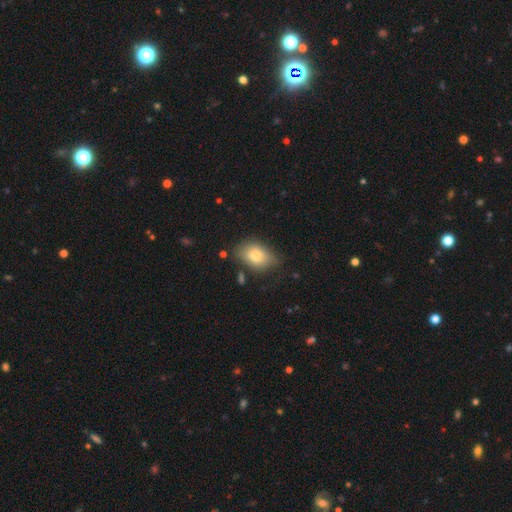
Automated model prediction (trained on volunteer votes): Smooth or featured?
  - smooth: 80% *
  - featured or disk: 12%
  - star or artifact: 8%
How rounded?
  - in between: 85% *
  - round: 14%
  - cigar-shaped: 2%
Merging?
  - none: 70% *
  - minor disturbance: 22%
  - major disturbance: 5%
  - merger: 3%